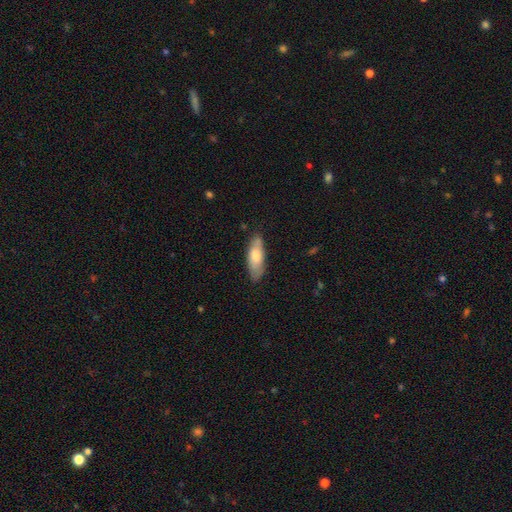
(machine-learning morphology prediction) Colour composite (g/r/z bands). It shows a smooth galaxy with no disk features (71%) that is in between round and cigar-shaped (65%). Merging: none (76%).